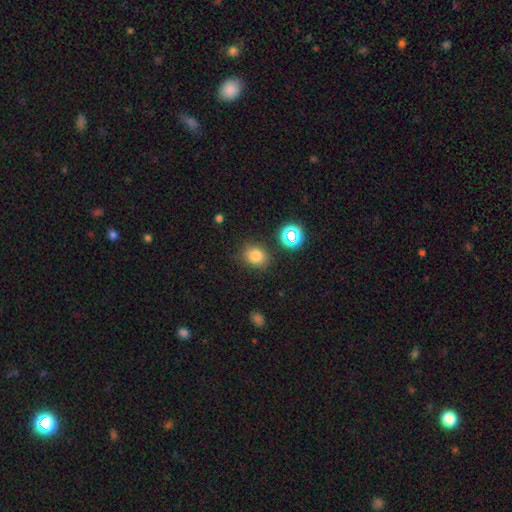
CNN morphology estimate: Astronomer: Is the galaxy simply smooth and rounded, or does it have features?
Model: smooth — 77%.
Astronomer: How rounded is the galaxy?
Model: round — 63%.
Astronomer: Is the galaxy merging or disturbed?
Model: none — 82%.